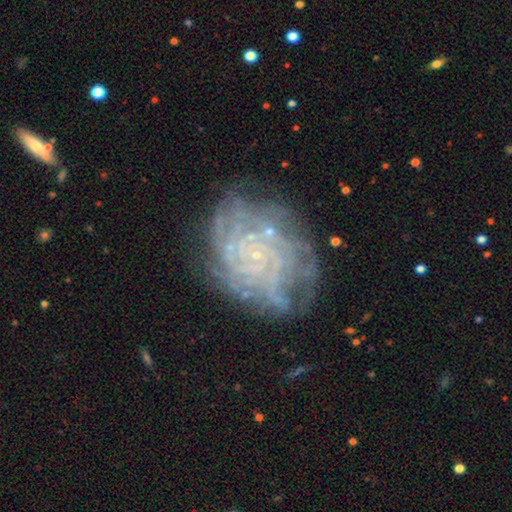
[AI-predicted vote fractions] Smooth or featured: featured or disk — 79% (star or artifact — 11%)
Edge-on disk: no — 97% (yes — 3%)
Bar: no — 78% (weak — 17%)
Spiral arms: yes — 90% (no — 10%)
Spiral winding: tight — 75% (medium — 19%)
Spiral arm count: can't tell — 35% (more than 4 — 24%)
Bulge size: small — 84% (none — 9%)
Merging: none — 69% (minor disturbance — 18%)